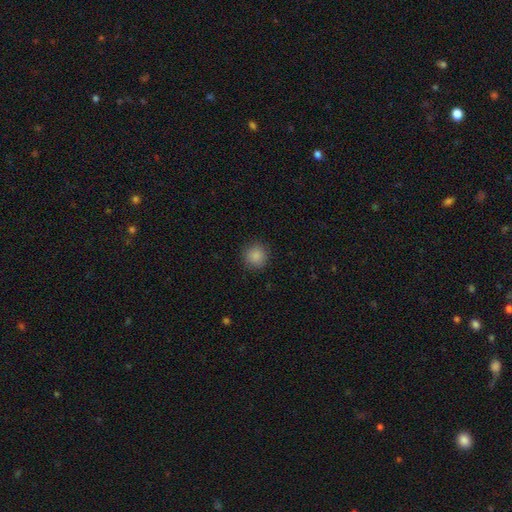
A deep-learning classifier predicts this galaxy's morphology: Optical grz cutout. It shows a smooth galaxy with no disk features (87%) that is round (93%). Merging: none (89%).